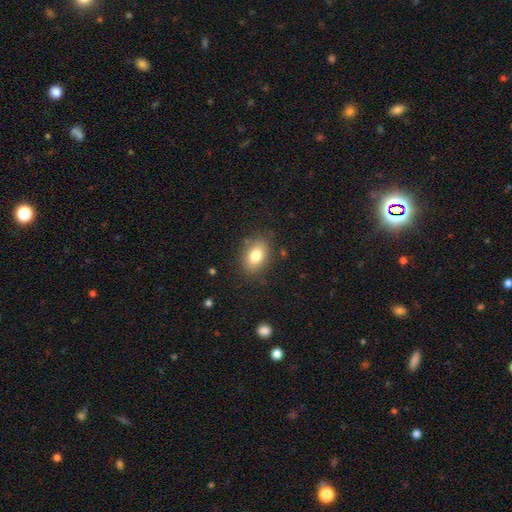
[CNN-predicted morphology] A smooth galaxy with no disk features (80%) that is in between round and cigar-shaped (83%).

Vote fractions:
- Smooth or featured? smooth: 80% / featured or disk: 12% / star or artifact: 9%
- How rounded? in between: 83% / round: 16% / cigar-shaped: 2%
- Merging? none: 83% / minor disturbance: 12% / major disturbance: 4% / merger: 2%